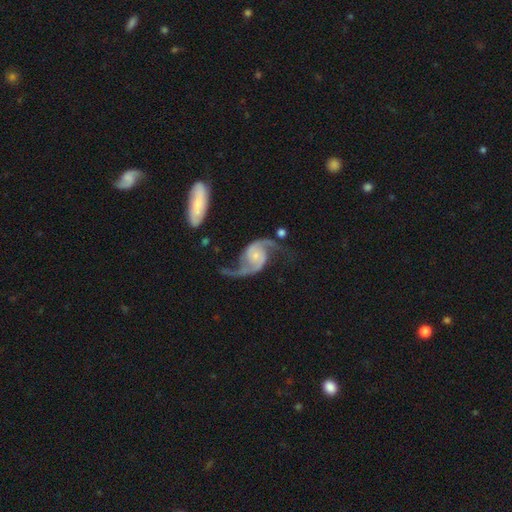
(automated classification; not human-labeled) Smooth or featured?
  - featured or disk: 92% *
  - star or artifact: 4%
  - smooth: 4%
Edge-on disk?
  - no: 98% *
  - yes: 2%
Bar?
  - no: 64% *
  - weak: 28%
  - strong: 8%
Spiral arms?
  - yes: 98% *
  - no: 2%
Spiral winding?
  - loose: 70% *
  - medium: 25%
  - tight: 6%
Spiral arm count?
  - 2: 94% *
  - 1: 2%
  - can't tell: 1%
  - 3: 1%
  - 4: 1%
  - more than 4: 1%
Bulge size?
  - small: 61% *
  - moderate: 25%
  - none: 8%
  - large: 4%
  - dominant: 2%
Merging?
  - none: 66% *
  - minor disturbance: 16%
  - major disturbance: 13%
  - merger: 5%